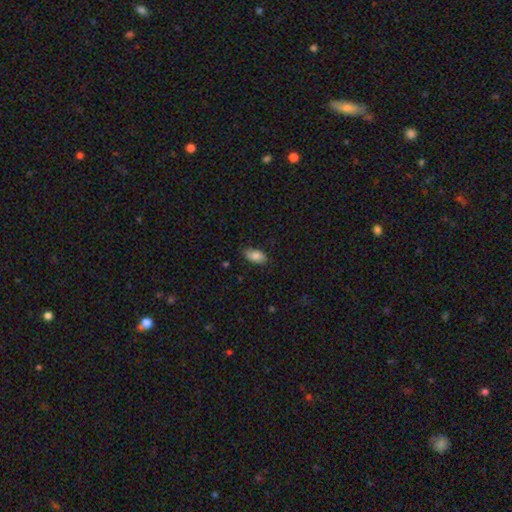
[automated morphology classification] smooth-or-featured: smooth: 84% | featured or disk: 9% | star or artifact: 7%
  how-rounded: in between: 93% | cigar-shaped: 4% | round: 3%
  merging: none: 81% | minor disturbance: 15% | major disturbance: 3% | merger: 1%